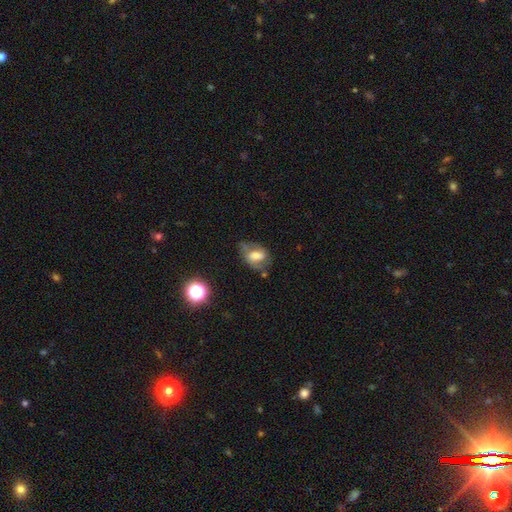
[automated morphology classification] Overall: smooth (46%; featured or disk 43%). Merging: none (48%; minor disturbance 28%).